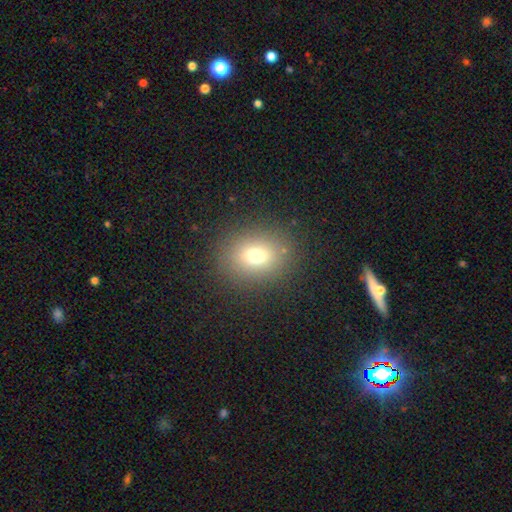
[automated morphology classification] smooth_or_featured: smooth (p=0.71) [alt: star or artifact p=0.18]
how_rounded: round (p=0.63) [alt: in between p=0.36]
merging: none (p=0.85) [alt: minor disturbance p=0.08]